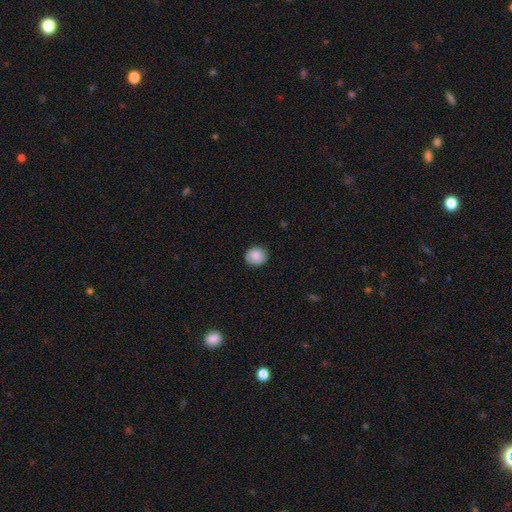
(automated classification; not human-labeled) This appears to be a smooth galaxy with no disk features (87%) that is round (81%). Merging: none (87%).